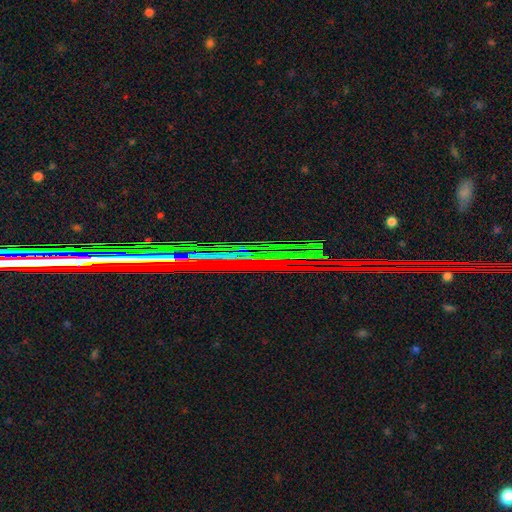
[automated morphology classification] Smooth or featured: star or artifact — 76% (featured or disk — 15%)